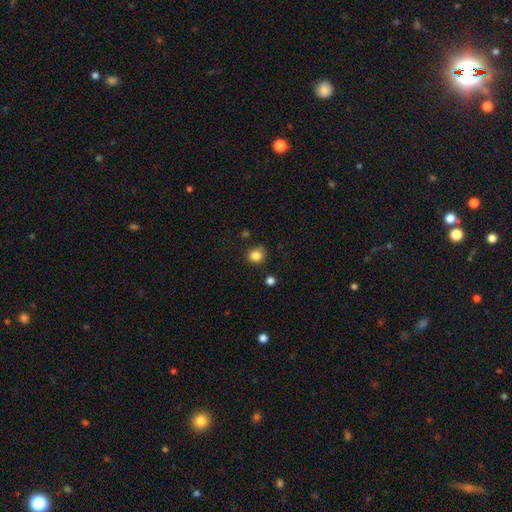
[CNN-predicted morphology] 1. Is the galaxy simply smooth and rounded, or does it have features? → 83% smooth, 11% star or artifact, 5% featured or disk.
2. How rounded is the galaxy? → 79% round, 20% in between, 1% cigar-shaped.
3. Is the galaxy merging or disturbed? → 72% none, 18% minor disturbance, 5% merger, 5% major disturbance.